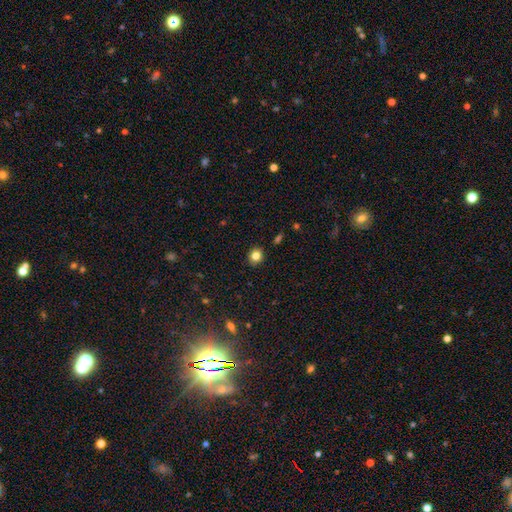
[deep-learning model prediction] Smooth or featured?
  - smooth: 82% *
  - star or artifact: 11%
  - featured or disk: 6%
How rounded?
  - round: 79% *
  - in between: 20%
  - cigar-shaped: 1%
Merging?
  - none: 91% *
  - minor disturbance: 6%
  - major disturbance: 2%
  - merger: 1%